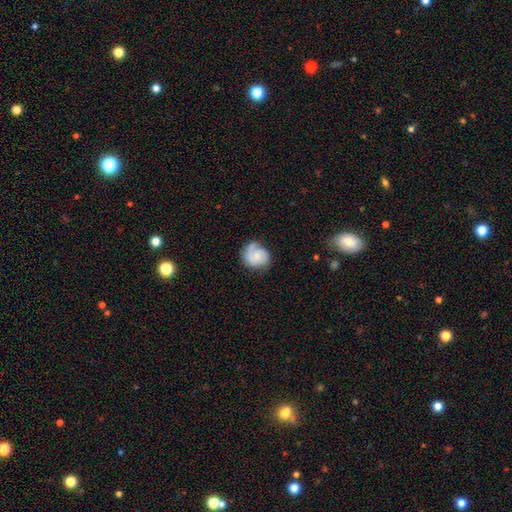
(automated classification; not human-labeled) Smooth or featured: featured or disk — 59% (smooth — 35%)
Edge-on disk: no — 98% (yes — 2%)
Bar: no — 71% (weak — 25%)
Spiral arms: yes — 89% (no — 11%)
Spiral winding: tight — 44% (medium — 38%)
Spiral arm count: 2 — 46% (1 — 33%)
Bulge size: small — 56% (moderate — 33%)
Merging: none — 60% (minor disturbance — 26%)